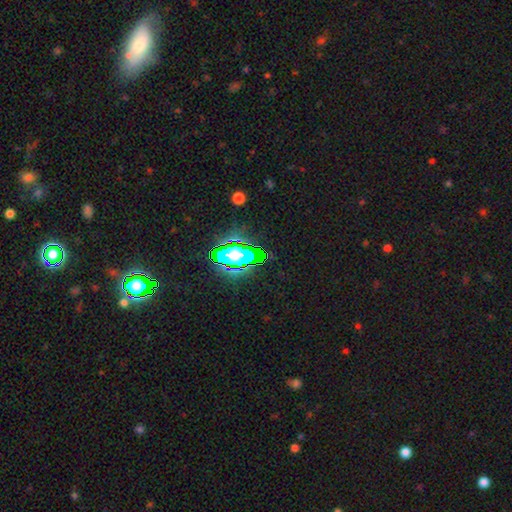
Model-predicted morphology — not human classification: Overall: star or artifact (79%).